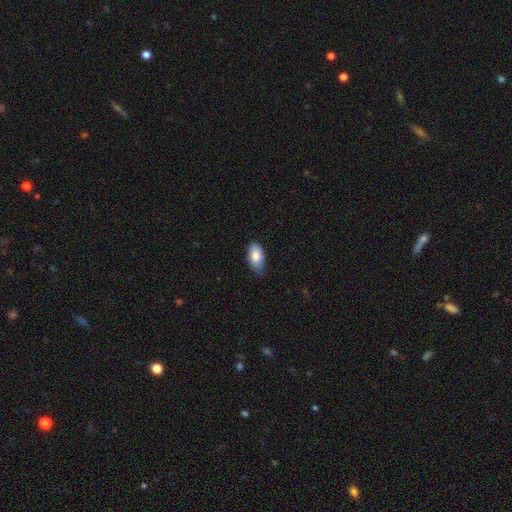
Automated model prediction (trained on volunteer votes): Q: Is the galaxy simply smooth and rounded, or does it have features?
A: smooth — 83%.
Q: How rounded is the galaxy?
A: in between — 94%.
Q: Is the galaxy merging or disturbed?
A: none — 62%.